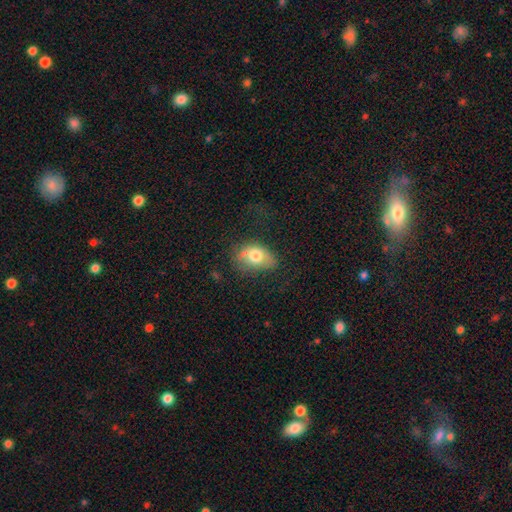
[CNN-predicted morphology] Overall: smooth (70%). How rounded: in between (79%). Merging: none (47%; minor disturbance 31%).